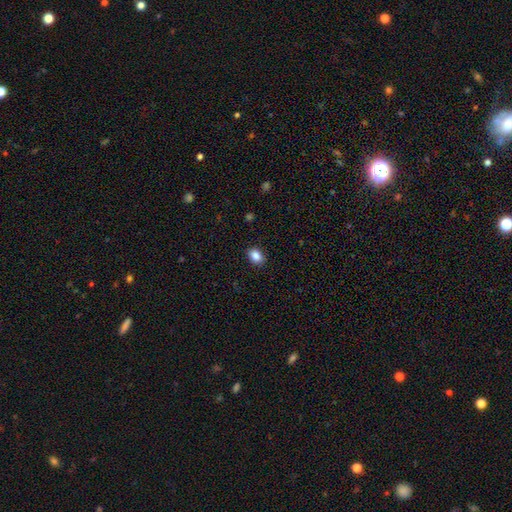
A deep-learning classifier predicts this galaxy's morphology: Smooth or featured? smooth (86%)
How rounded? in between (69%)
Merging? none (89%)